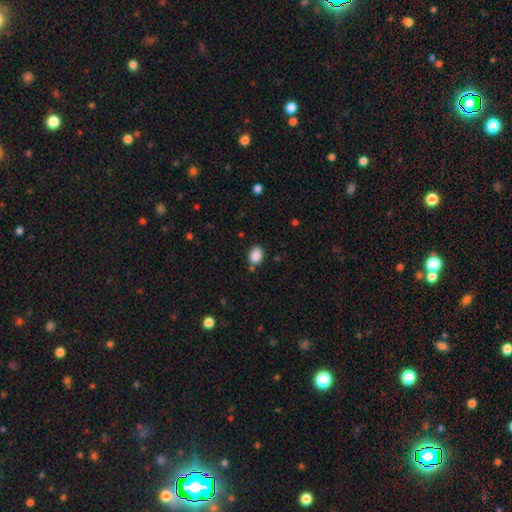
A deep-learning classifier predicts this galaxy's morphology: The model was most divided on "how rounded": in between: 66%, round: 33%, cigar-shaped: 1%. More confident: smooth or featured — smooth (87%); merging — none (77%).